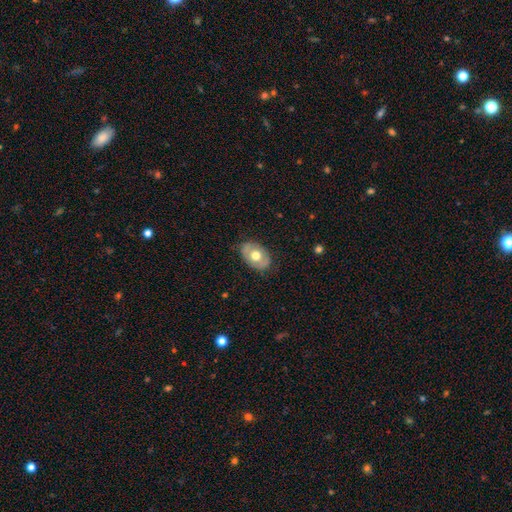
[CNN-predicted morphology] Q: Smooth or featured?
A: smooth (56%); runner-up: featured or disk (38%)
Q: How rounded?
A: in between (79%); runner-up: round (20%)
Q: Merging?
A: none (78%); runner-up: minor disturbance (17%)